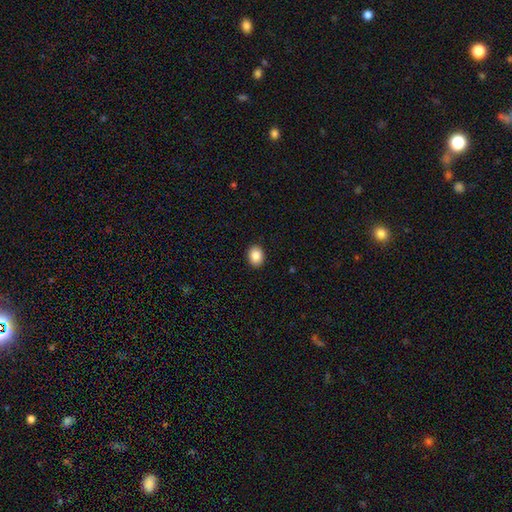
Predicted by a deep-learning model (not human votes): smooth-or-featured: smooth: 87% | star or artifact: 8% | featured or disk: 5%
  how-rounded: in between: 60% | round: 40% | cigar-shaped: 1%
  merging: none: 91% | minor disturbance: 6% | major disturbance: 2% | merger: 1%